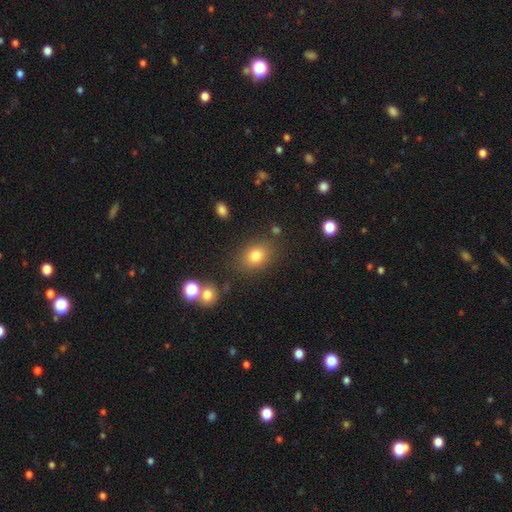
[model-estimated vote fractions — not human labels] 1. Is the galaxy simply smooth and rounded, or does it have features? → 79% smooth, 13% star or artifact, 8% featured or disk.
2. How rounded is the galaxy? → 53% in between, 46% round, 1% cigar-shaped.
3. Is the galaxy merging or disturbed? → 80% none, 11% minor disturbance, 4% major disturbance, 4% merger.